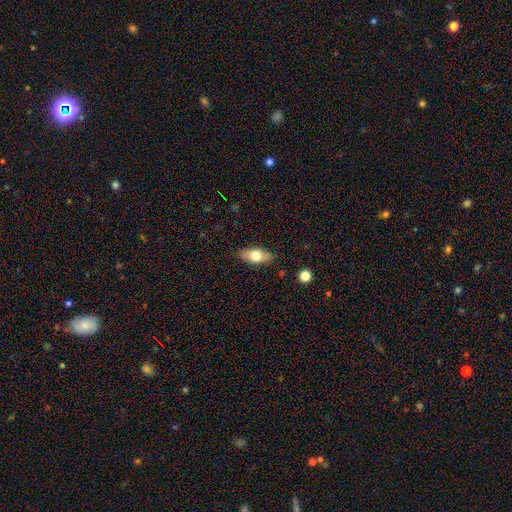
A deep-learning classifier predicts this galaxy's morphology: smooth_or_featured: smooth (p=0.67) [alt: featured or disk p=0.26]
how_rounded: in between (p=0.84) [alt: cigar-shaped p=0.11]
merging: none (p=0.85) [alt: minor disturbance p=0.11]